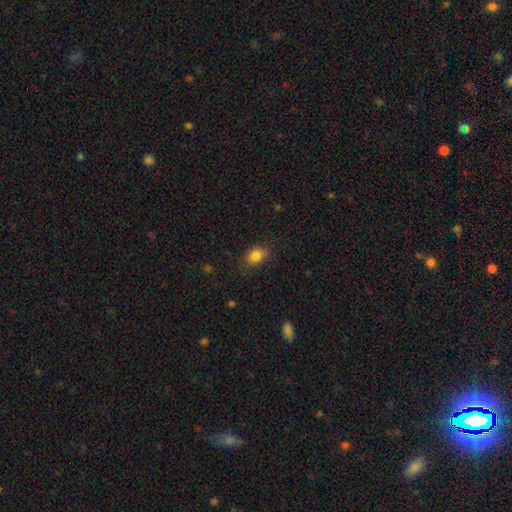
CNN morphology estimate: Smooth or featured: smooth — 83% (star or artifact — 10%)
How rounded: in between — 72% (round — 26%)
Merging: none — 75% (minor disturbance — 19%)